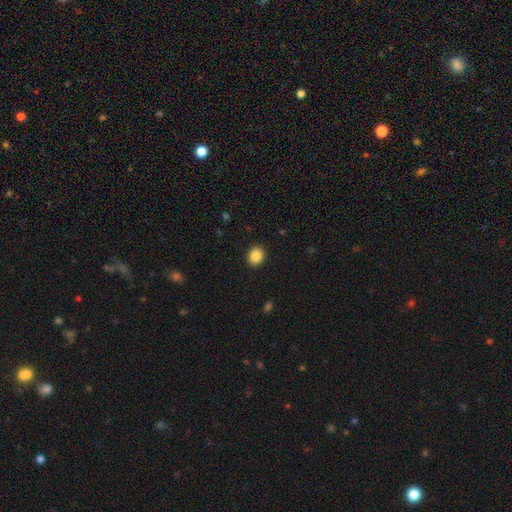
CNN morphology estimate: type=smooth (87%); roundness=round (69%); merging=none (91%).